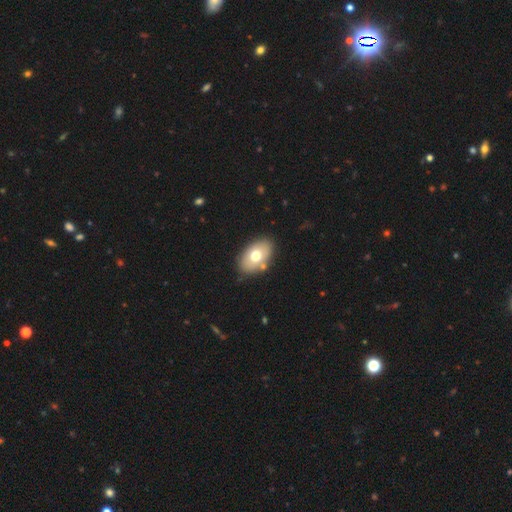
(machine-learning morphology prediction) Smooth or featured?
  - smooth: 67% *
  - featured or disk: 26%
  - star or artifact: 7%
How rounded?
  - in between: 89% *
  - round: 9%
  - cigar-shaped: 1%
Merging?
  - none: 80% *
  - minor disturbance: 12%
  - merger: 5%
  - major disturbance: 3%